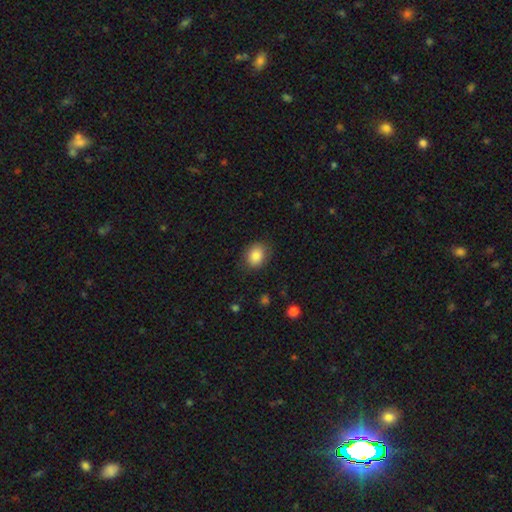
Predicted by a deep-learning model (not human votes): A smooth galaxy with no disk features (85%) that is round (51%). Merging: none (82%).